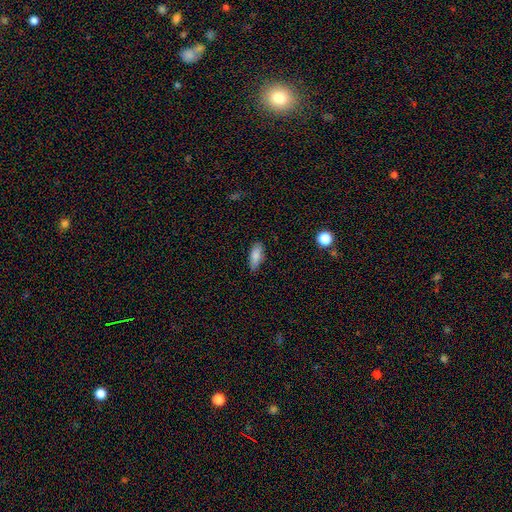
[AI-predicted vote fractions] A smooth galaxy with no disk features (84%) that is in between round and cigar-shaped (76%). Merging: none (82%).